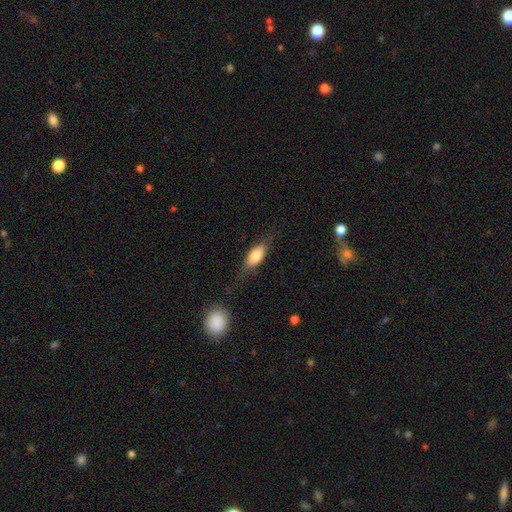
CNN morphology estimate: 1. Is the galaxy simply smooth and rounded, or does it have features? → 66% smooth, 27% featured or disk, 7% star or artifact.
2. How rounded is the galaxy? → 72% in between, 23% cigar-shaped, 4% round.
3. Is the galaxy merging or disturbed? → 66% none, 22% minor disturbance, 10% major disturbance, 3% merger.